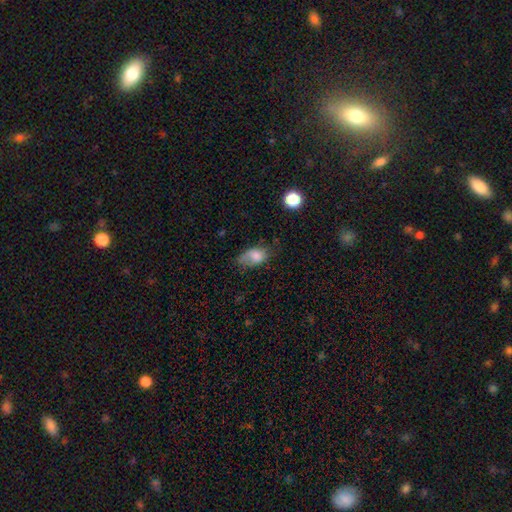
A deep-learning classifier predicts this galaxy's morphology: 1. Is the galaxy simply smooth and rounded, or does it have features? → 74% smooth, 17% featured or disk, 9% star or artifact.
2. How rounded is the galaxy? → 89% in between, 9% round, 2% cigar-shaped.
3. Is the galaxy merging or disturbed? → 46% none, 35% minor disturbance, 16% major disturbance, 3% merger.